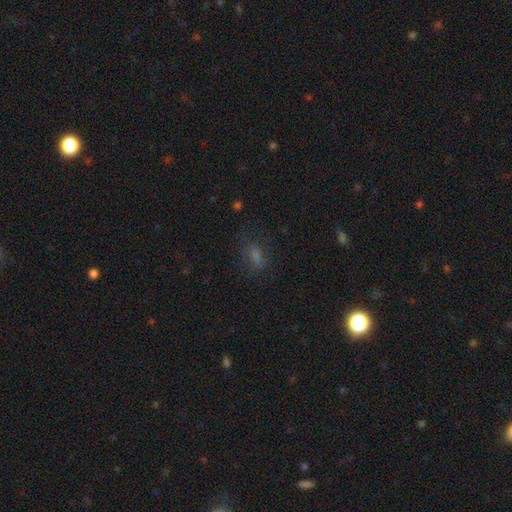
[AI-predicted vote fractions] The model was most divided on "smooth or featured": smooth: 60%, star or artifact: 26%, featured or disk: 15%. More confident: merging — none (70%); how rounded — in between (66%).